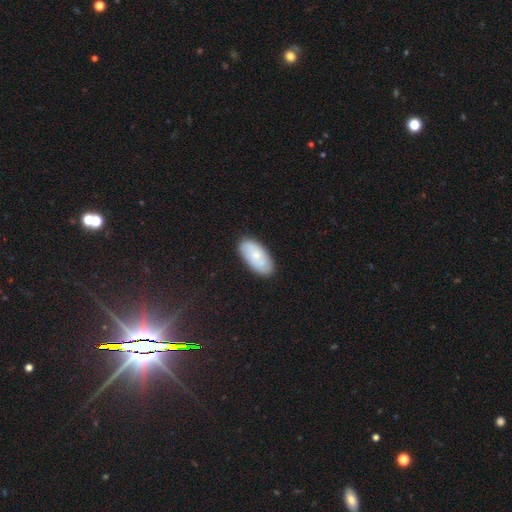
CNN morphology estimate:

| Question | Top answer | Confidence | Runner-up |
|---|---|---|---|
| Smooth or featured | smooth | 67% | featured or disk (27%) |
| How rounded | in between | 92% | cigar-shaped (5%) |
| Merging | none | 82% | minor disturbance (13%) |